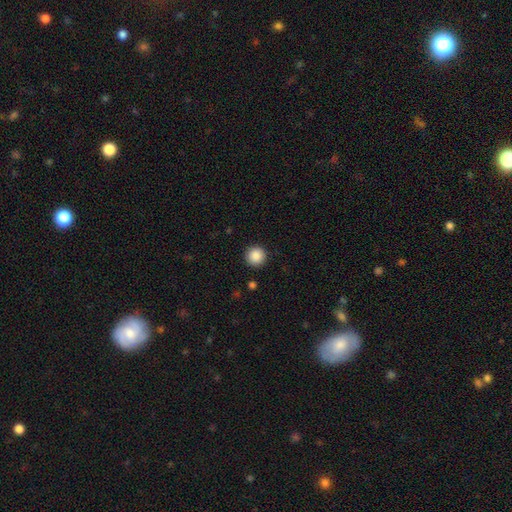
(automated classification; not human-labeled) Smooth or featured?
  - smooth: 88% *
  - star or artifact: 9%
  - featured or disk: 3%
How rounded?
  - round: 96% *
  - in between: 3%
  - cigar-shaped: 1%
Merging?
  - none: 92% *
  - minor disturbance: 5%
  - major disturbance: 2%
  - merger: 1%